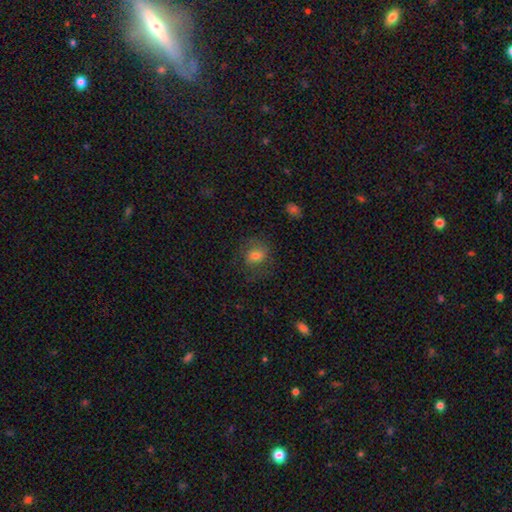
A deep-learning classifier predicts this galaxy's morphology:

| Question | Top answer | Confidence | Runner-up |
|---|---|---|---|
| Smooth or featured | smooth | 68% | featured or disk (22%) |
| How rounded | round | 66% | in between (33%) |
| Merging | none | 68% | minor disturbance (18%) |